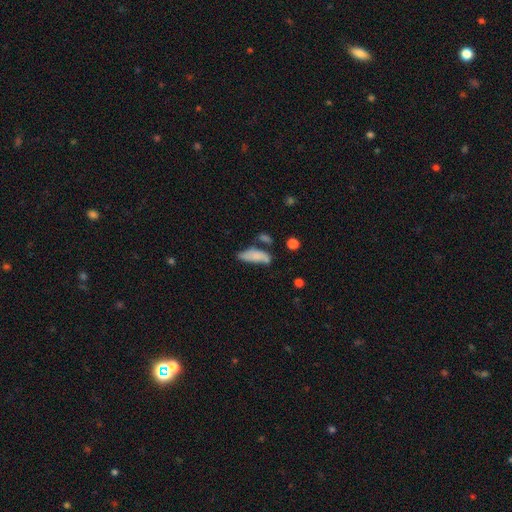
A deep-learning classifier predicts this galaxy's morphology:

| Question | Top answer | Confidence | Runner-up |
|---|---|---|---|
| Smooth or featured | smooth | 77% | featured or disk (15%) |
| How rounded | in between | 63% | cigar-shaped (34%) |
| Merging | none | 46% | minor disturbance (27%) |